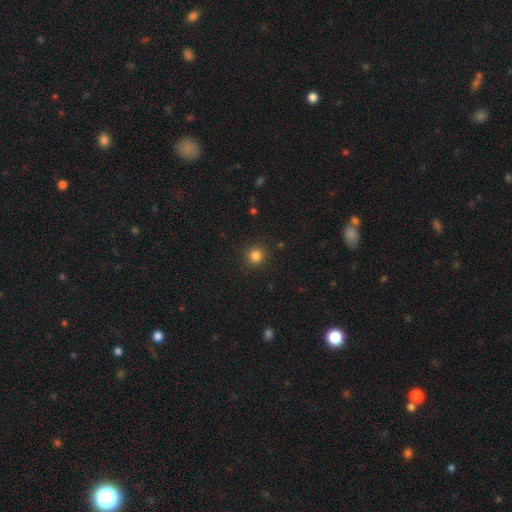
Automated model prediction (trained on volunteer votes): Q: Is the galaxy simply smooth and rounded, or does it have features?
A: smooth — 83%.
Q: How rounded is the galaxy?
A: round — 93%.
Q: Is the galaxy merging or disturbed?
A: none — 91%.